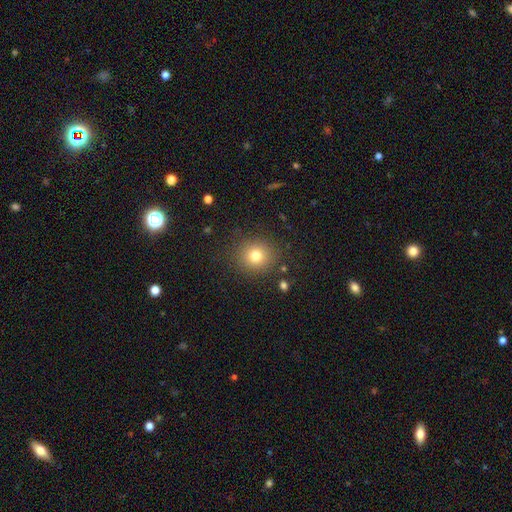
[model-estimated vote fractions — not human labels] This appears to be a smooth galaxy with no disk features (77%) that is round (87%). Merging: none (87%).